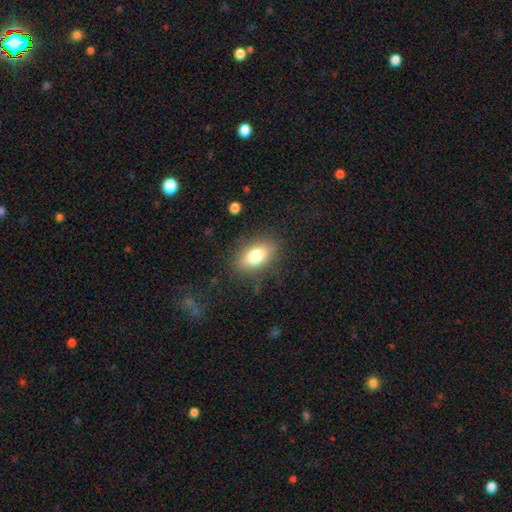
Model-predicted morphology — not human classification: A smooth galaxy with no disk features (76%) that is in between round and cigar-shaped (86%). Merging: none (84%).